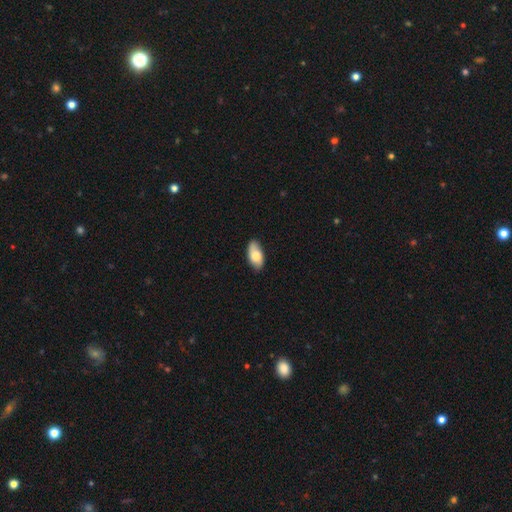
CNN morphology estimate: The model was most divided on "smooth or featured": smooth: 66%, featured or disk: 27%, star or artifact: 6%. More confident: how rounded — in between (92%); merging — none (82%).